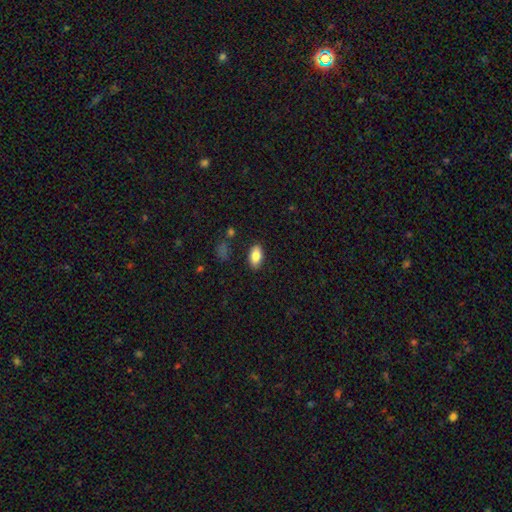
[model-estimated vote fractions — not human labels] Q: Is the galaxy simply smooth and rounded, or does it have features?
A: smooth — 85%.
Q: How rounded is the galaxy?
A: in between — 91%.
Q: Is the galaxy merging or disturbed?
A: none — 87%.